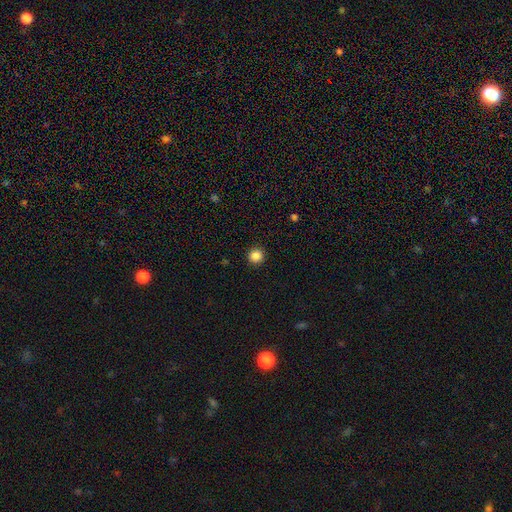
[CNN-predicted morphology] This appears to be a smooth galaxy with no disk features (86%) that is round (95%). Merging: none (92%).